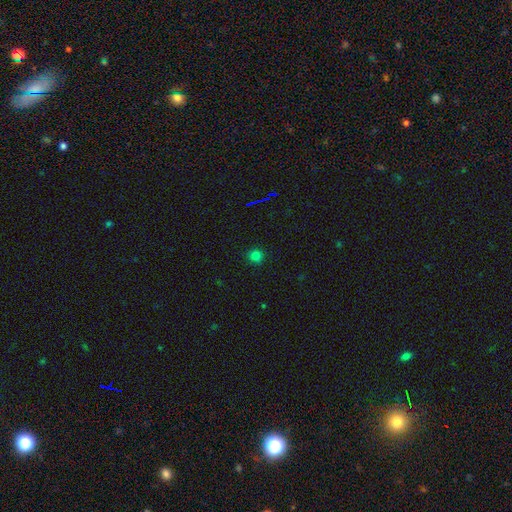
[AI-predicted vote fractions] smooth_or_featured: smooth (p=0.78) [alt: star or artifact p=0.18]
how_rounded: round (p=0.94) [alt: in between p=0.05]
merging: none (p=0.91) [alt: minor disturbance p=0.06]